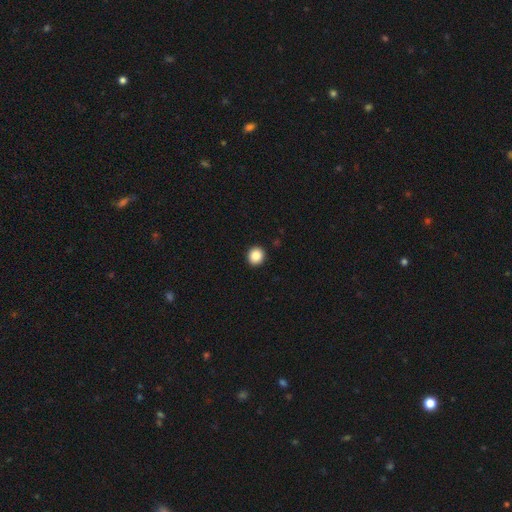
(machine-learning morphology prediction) Overall: smooth (88%). How rounded: round (85%). Merging: none (93%).